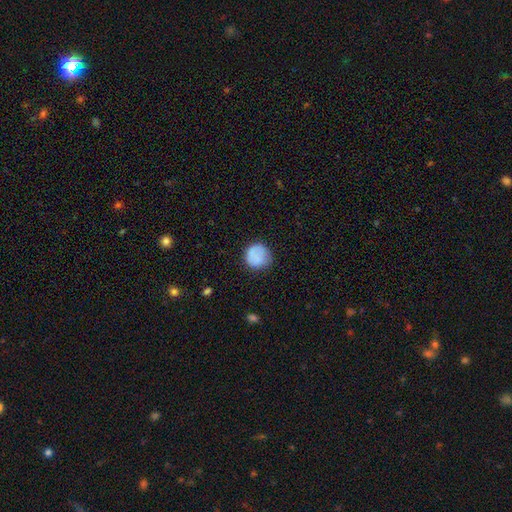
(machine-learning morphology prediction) Smooth or featured?
  - smooth: 83% *
  - featured or disk: 10%
  - star or artifact: 8%
How rounded?
  - round: 91% *
  - in between: 8%
  - cigar-shaped: 1%
Merging?
  - none: 74% *
  - minor disturbance: 19%
  - major disturbance: 6%
  - merger: 2%